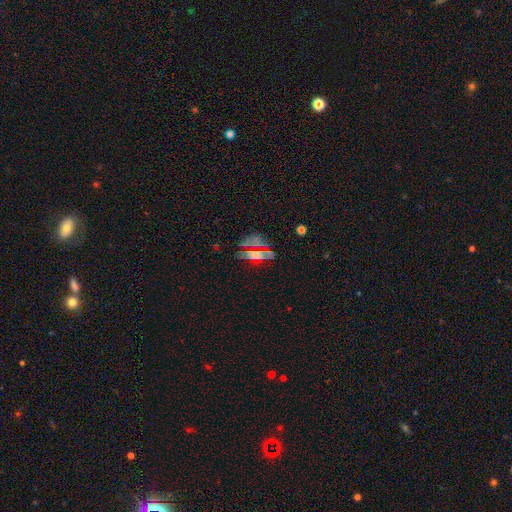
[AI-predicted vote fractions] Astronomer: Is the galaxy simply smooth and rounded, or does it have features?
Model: smooth — 56%.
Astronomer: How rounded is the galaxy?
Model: in between — 66%.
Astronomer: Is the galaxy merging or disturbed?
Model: none — 72%.